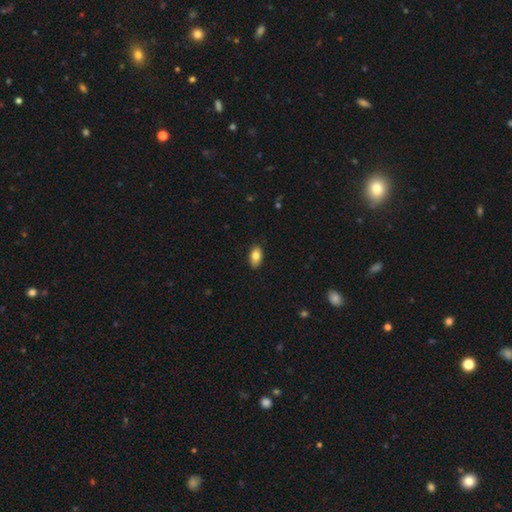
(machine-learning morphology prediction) This is clearly a smooth galaxy (82%). How rounded: clearly in between (91%). Merging: clearly none (87%).